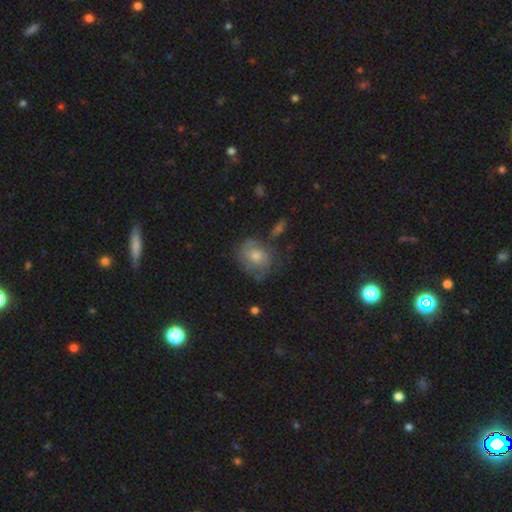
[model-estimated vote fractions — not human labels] A featured or disk galaxy (51%).

Vote fractions:
- Smooth or featured? featured or disk: 51% / smooth: 38% / star or artifact: 12%
- Edge-on disk? no: 97% / yes: 3%
- Merging? none: 65% / minor disturbance: 22% / major disturbance: 9% / merger: 4%